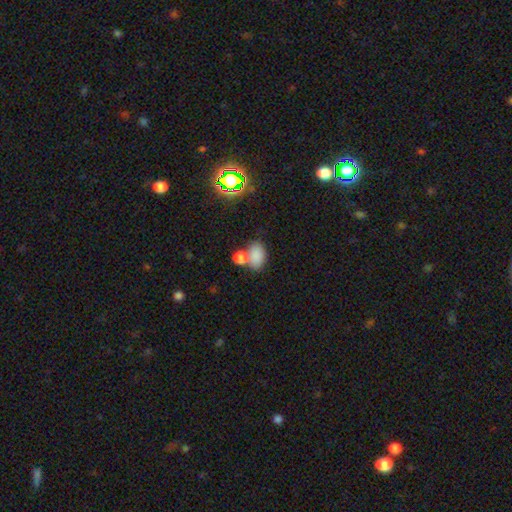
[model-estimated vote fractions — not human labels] This appears to be a smooth galaxy with no disk features (81%) that is in between round and cigar-shaped (84%). Merging: none (51%).